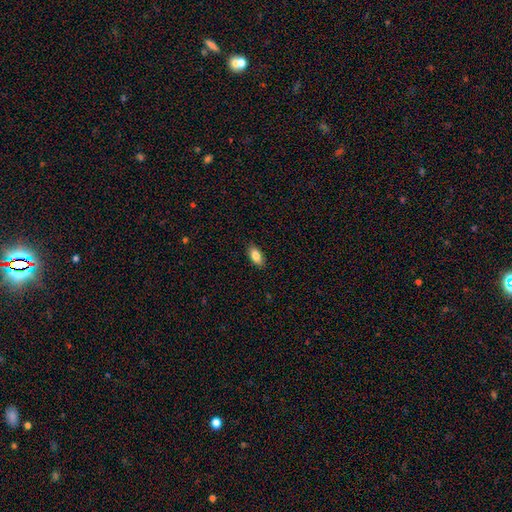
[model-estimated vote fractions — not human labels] Smooth or featured? smooth (83%)
How rounded? in between (89%)
Merging? none (88%)